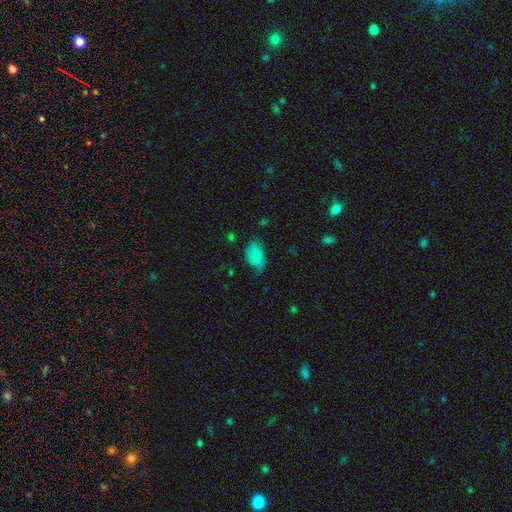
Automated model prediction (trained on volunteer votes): Smooth or featured?
  - smooth: 78% *
  - featured or disk: 14%
  - star or artifact: 8%
How rounded?
  - in between: 92% *
  - round: 7%
  - cigar-shaped: 2%
Merging?
  - none: 51% *
  - minor disturbance: 37%
  - major disturbance: 10%
  - merger: 2%